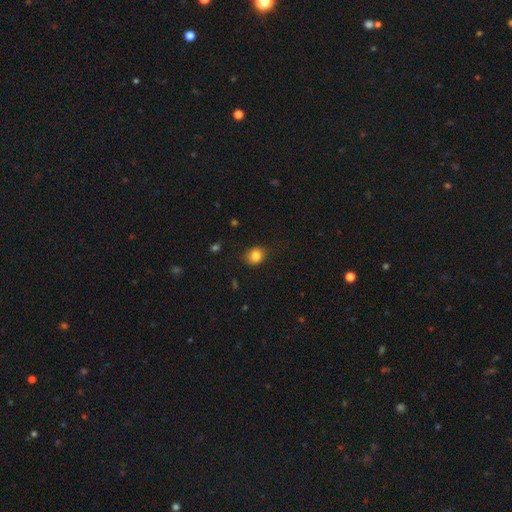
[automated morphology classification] This appears to be a smooth galaxy with no disk features (83%) that is round (65%). Merging: none (80%).